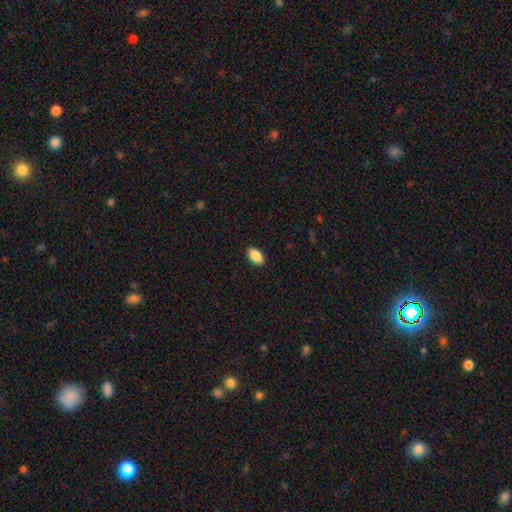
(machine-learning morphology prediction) smooth-or-featured: smooth: 89% | star or artifact: 7% | featured or disk: 4%
  how-rounded: in between: 93% | round: 3% | cigar-shaped: 3%
  merging: none: 89% | minor disturbance: 8% | major disturbance: 2% | merger: 1%